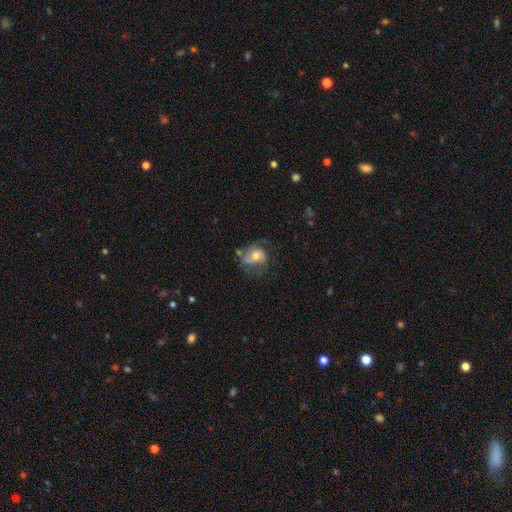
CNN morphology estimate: type=featured or disk (57%); edge-on=no (97%); bar=no (70%); spiral arms=yes (78%); bulge=moderate (62%); merging=none (44%).